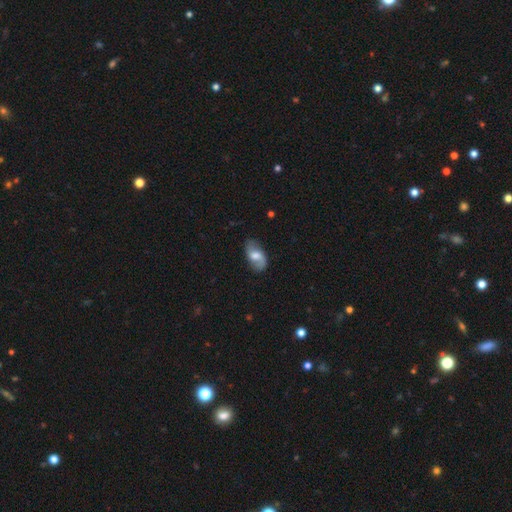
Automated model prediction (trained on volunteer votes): Overall: featured or disk (54%; smooth 39%). Edge-on disk: no (94%). Bar: weak (48%; no 40%). Spiral arms: yes (85%). Bulge size: moderate (54%; large 23%). Merging: none (75%).